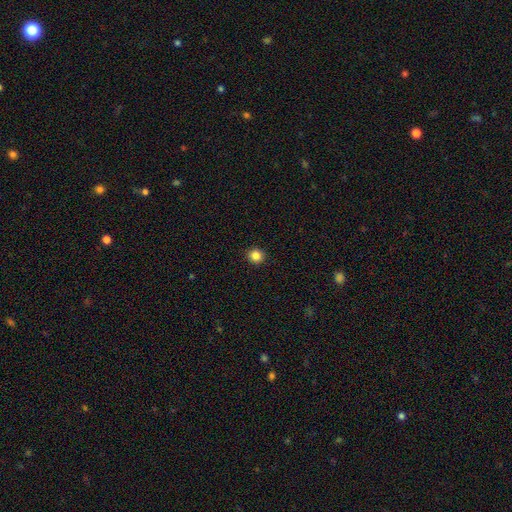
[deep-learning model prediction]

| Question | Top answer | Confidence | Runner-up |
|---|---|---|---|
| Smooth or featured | smooth | 85% | star or artifact (11%) |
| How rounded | round | 92% | in between (8%) |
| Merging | none | 93% | minor disturbance (4%) |